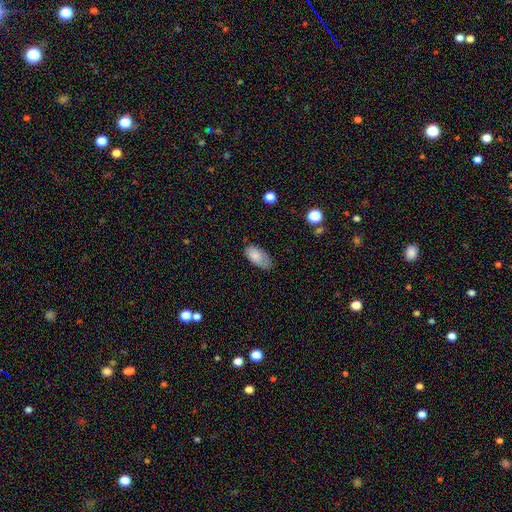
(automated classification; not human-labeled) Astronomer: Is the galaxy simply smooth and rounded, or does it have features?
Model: smooth — 81%.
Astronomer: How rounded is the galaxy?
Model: in between — 94%.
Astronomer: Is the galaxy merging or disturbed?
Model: none — 65%.